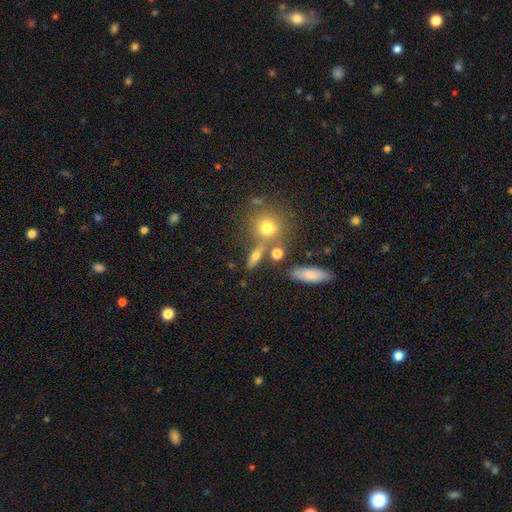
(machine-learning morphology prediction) smooth 58%, featured or disk 28%, star or artifact 14%. Down the decision tree: how rounded — cigar-shaped (39%); merging — none (65%).